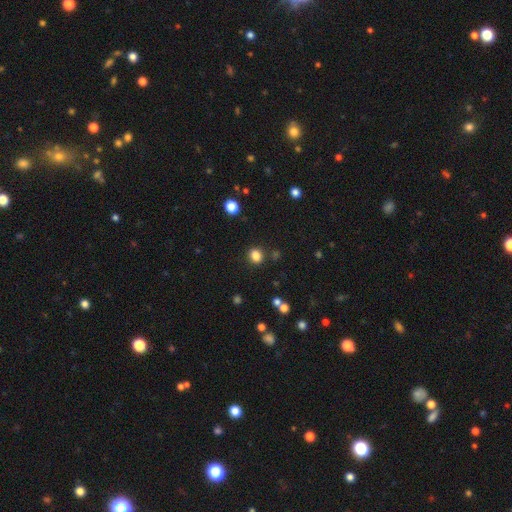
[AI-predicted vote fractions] The model was most divided on "how rounded": round: 69%, in between: 30%, cigar-shaped: 1%. More confident: merging — none (86%); smooth or featured — smooth (83%).